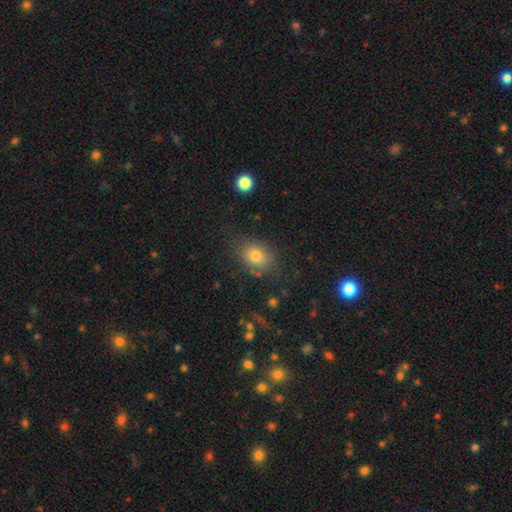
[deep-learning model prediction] Morphology: type=smooth (76%); roundness=in between (67%); merging=none (74%).